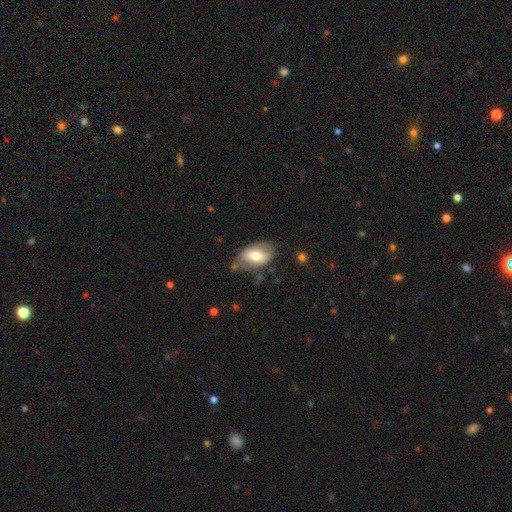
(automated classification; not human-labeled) This is possibly a smooth galaxy (59%). How rounded: clearly in between (90%). Merging: possibly none (54%).